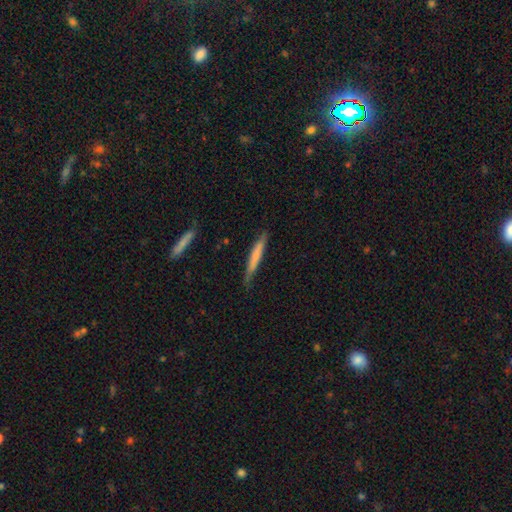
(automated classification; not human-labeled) The model was most divided on "smooth or featured": smooth: 66%, featured or disk: 29%, star or artifact: 5%. More confident: how rounded — cigar-shaped (95%); merging — none (72%).